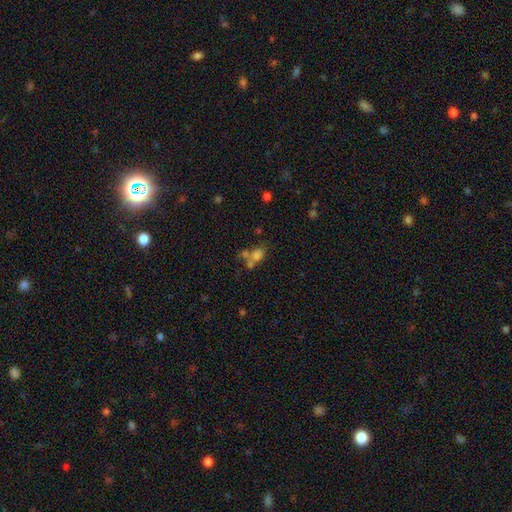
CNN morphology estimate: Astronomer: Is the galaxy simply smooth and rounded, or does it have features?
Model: smooth — 69%.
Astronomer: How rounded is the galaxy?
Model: in between — 54% (runner-up: round, 44%).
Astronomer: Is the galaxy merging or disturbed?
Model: merger — 47% (runner-up: none, 33%).